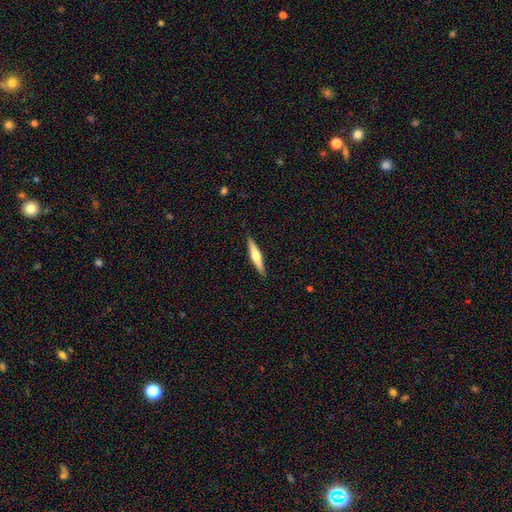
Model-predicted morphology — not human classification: smooth-or-featured: featured or disk: 51% | smooth: 43% | star or artifact: 5%
  disk-edge-on: yes: 97% | no: 3%
  merging: none: 91% | minor disturbance: 7% | major disturbance: 1% | merger: 1%